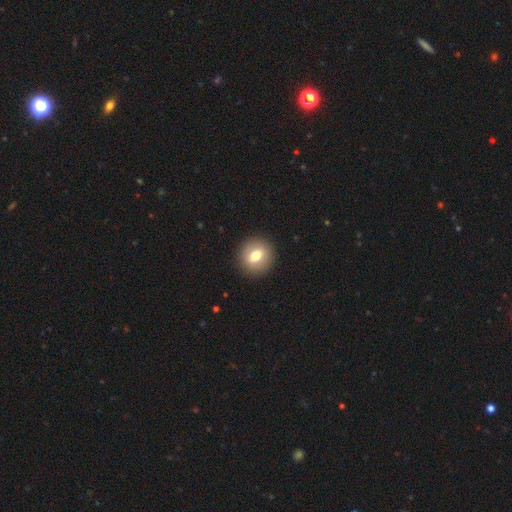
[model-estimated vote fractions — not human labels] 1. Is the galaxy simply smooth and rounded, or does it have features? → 69% smooth, 22% featured or disk, 9% star or artifact.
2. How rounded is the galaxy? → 79% round, 20% in between, 1% cigar-shaped.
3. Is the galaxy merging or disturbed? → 90% none, 7% minor disturbance, 2% major disturbance, 1% merger.